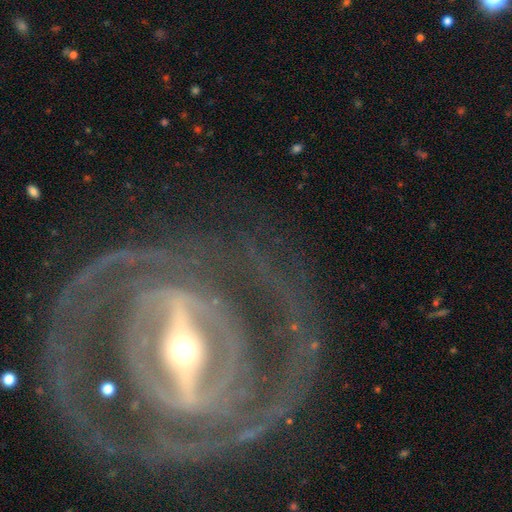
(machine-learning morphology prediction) type=featured or disk (90%); edge-on=no (92%); bar=strong (82%); spiral arms=yes (89%); winding=tight (58%); arm count=2 (52%); bulge=moderate (52%); merging=none (71%).